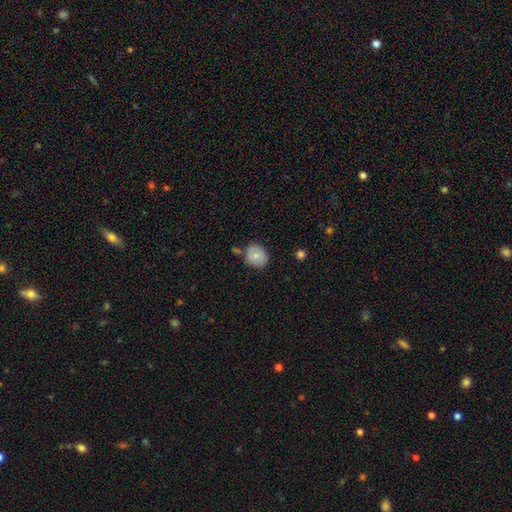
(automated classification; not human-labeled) Overall: smooth (71%). How rounded: round (76%). Merging: none (72%).